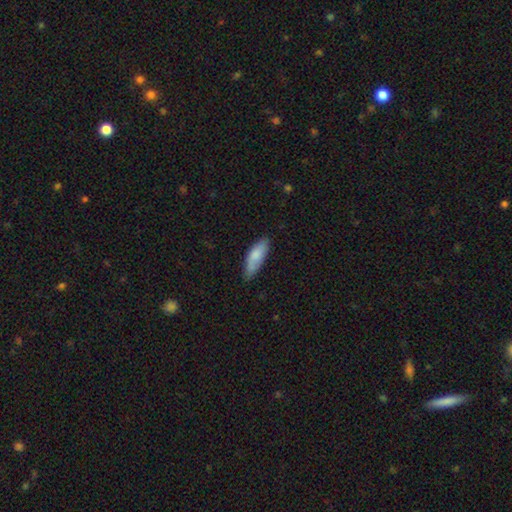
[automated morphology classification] smooth 81%, featured or disk 14%, star or artifact 6%. Down the decision tree: how rounded — in between (65%); merging — none (70%).